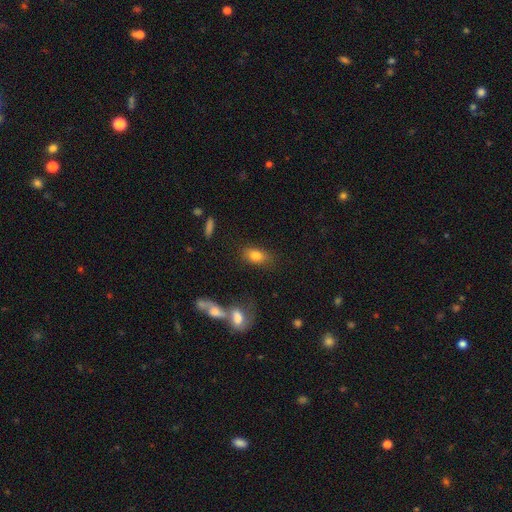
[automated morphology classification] The model was most divided on "merging": none: 73%, minor disturbance: 16%, merger: 6%, major disturbance: 6%. More confident: how rounded — in between (81%); smooth or featured — smooth (80%).